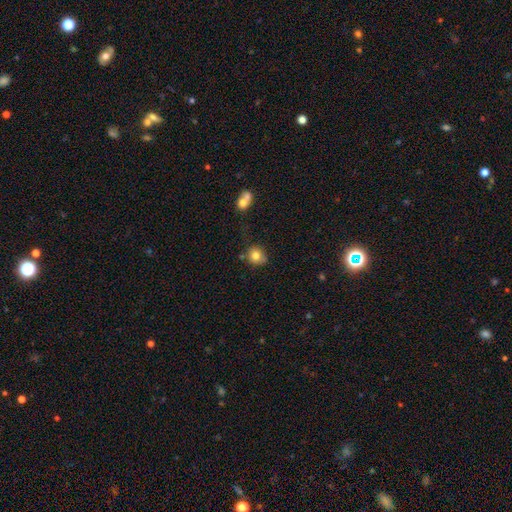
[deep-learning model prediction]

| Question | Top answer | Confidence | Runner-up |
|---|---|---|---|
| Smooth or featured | smooth | 80% | star or artifact (11%) |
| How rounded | round | 80% | in between (19%) |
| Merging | none | 65% | minor disturbance (21%) |